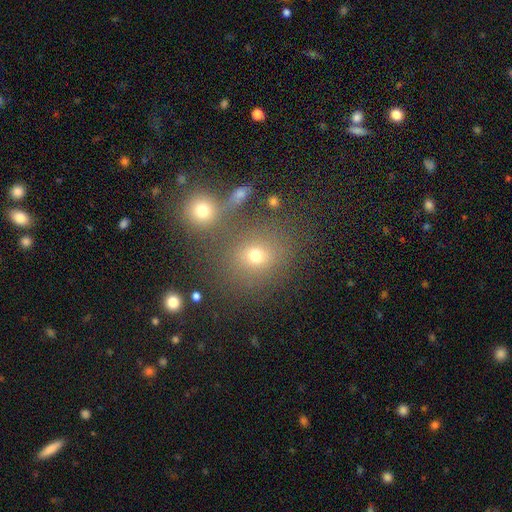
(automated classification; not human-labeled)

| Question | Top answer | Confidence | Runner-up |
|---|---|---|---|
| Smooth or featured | smooth | 69% | star or artifact (20%) |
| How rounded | round | 73% | in between (25%) |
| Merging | none | 65% | merger (19%) |